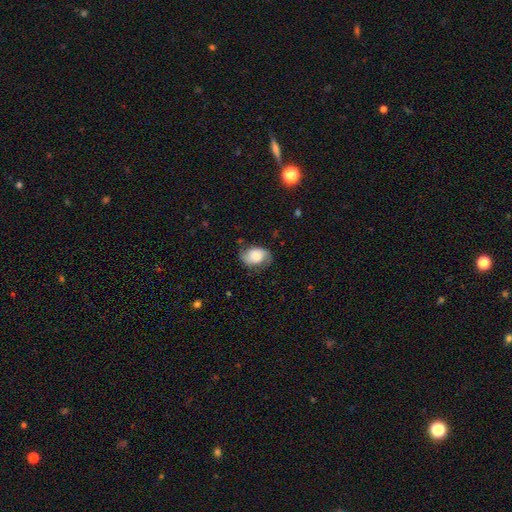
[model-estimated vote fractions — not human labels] Smooth or featured?
  - smooth: 51% *
  - featured or disk: 40%
  - star or artifact: 9%
How rounded?
  - in between: 73% *
  - round: 26%
  - cigar-shaped: 1%
Merging?
  - none: 64% *
  - minor disturbance: 25%
  - major disturbance: 9%
  - merger: 2%